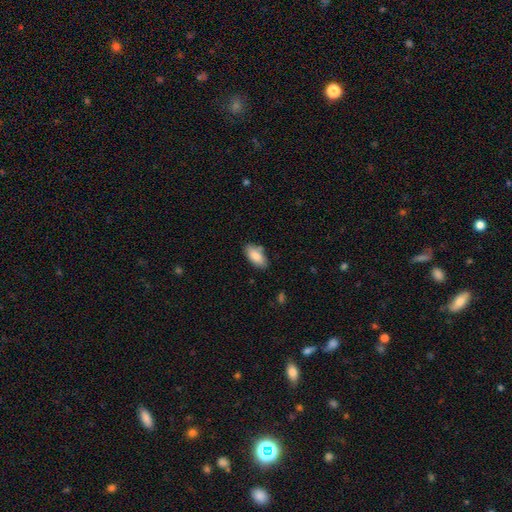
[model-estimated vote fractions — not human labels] A smooth galaxy with no disk features (86%) that is in between round and cigar-shaped (92%).

Vote fractions:
- Smooth or featured? smooth: 86% / featured or disk: 8% / star or artifact: 6%
- How rounded? in between: 92% / cigar-shaped: 6% / round: 2%
- Merging? none: 79% / minor disturbance: 15% / merger: 4% / major disturbance: 3%